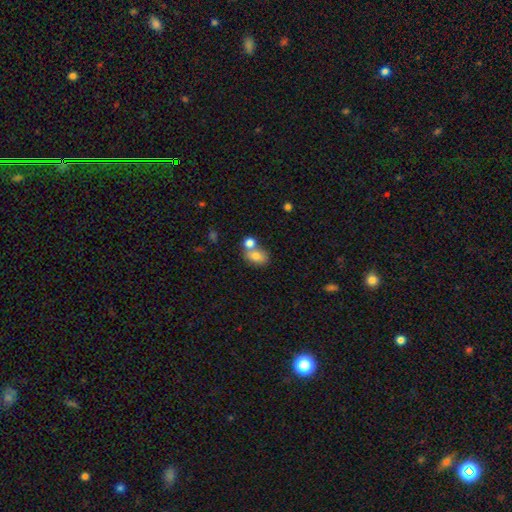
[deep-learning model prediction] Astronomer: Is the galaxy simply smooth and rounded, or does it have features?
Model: smooth — 78%.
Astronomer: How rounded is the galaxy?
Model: in between — 73%.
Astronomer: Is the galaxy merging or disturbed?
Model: none — 43% (runner-up: merger, 42%).